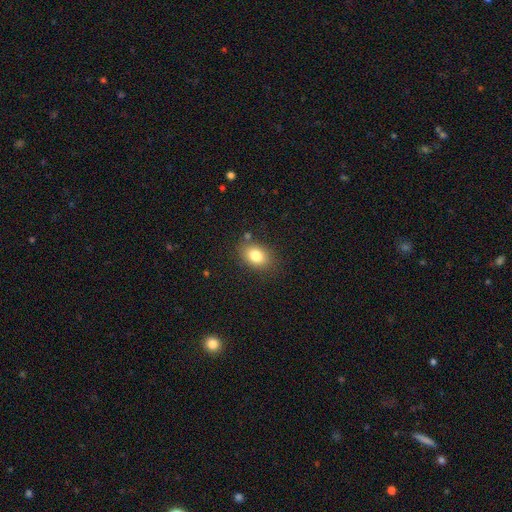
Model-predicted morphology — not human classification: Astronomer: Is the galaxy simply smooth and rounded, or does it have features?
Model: smooth — 80%.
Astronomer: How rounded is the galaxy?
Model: in between — 73%.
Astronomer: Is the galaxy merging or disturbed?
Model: none — 80%.